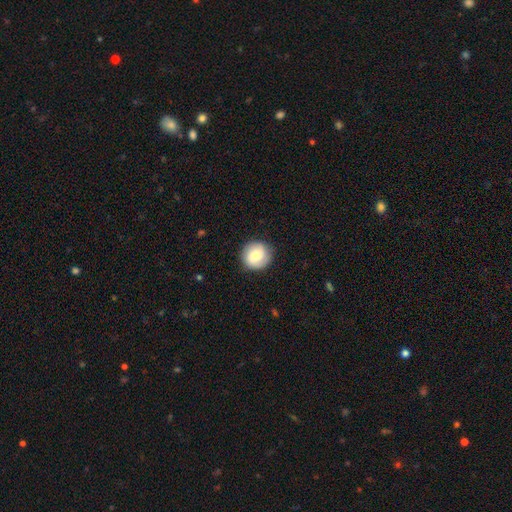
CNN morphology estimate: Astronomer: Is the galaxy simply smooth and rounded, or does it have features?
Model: smooth — 66%.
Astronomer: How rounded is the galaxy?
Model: round — 91%.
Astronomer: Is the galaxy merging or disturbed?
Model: none — 87%.